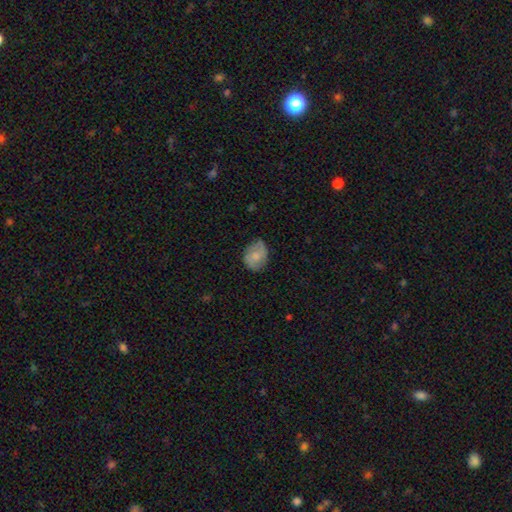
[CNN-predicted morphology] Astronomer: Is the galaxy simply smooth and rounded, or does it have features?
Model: smooth — 66%.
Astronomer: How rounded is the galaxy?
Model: in between — 55% (runner-up: round, 44%).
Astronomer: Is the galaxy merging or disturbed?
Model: none — 64%.